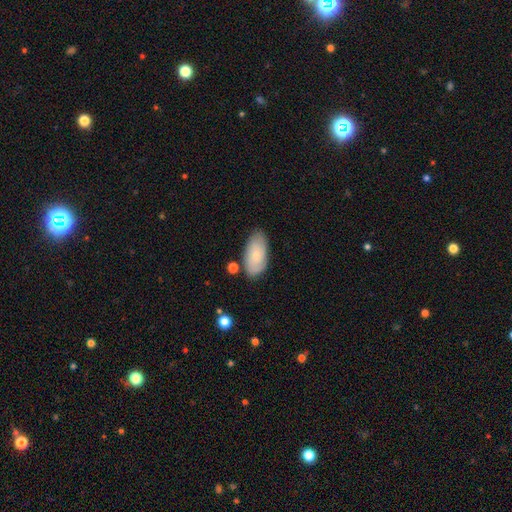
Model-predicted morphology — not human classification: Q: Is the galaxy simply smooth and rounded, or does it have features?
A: smooth — 72%.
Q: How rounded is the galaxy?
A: in between — 93%.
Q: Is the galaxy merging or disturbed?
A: none — 76%.